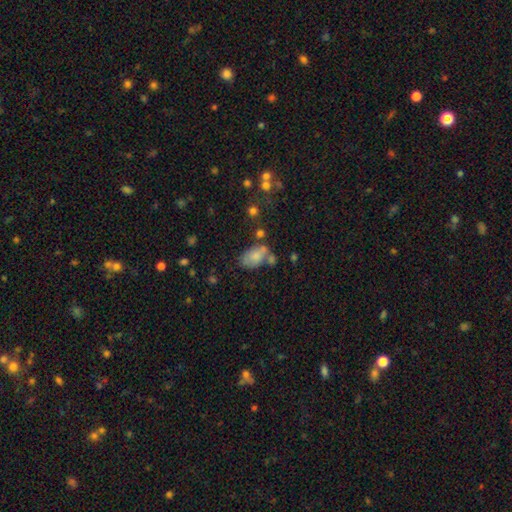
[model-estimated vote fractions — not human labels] Morphology: type=smooth (74%); roundness=in between (90%); merging=none (45%).